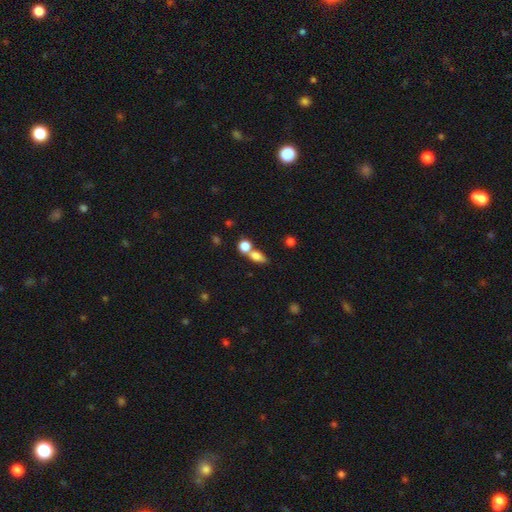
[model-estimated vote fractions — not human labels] Smooth or featured? smooth (78%)
How rounded? in between (66%)
Merging? merger (44%)